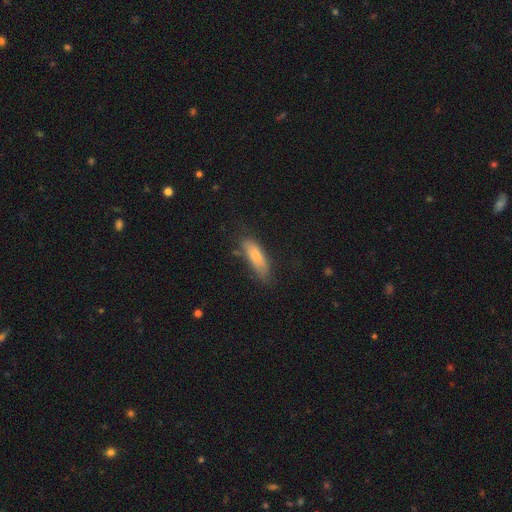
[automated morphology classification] Overall: smooth (79%). How rounded: in between (50%; cigar-shaped 49%). Merging: none (63%; minor disturbance 26%).